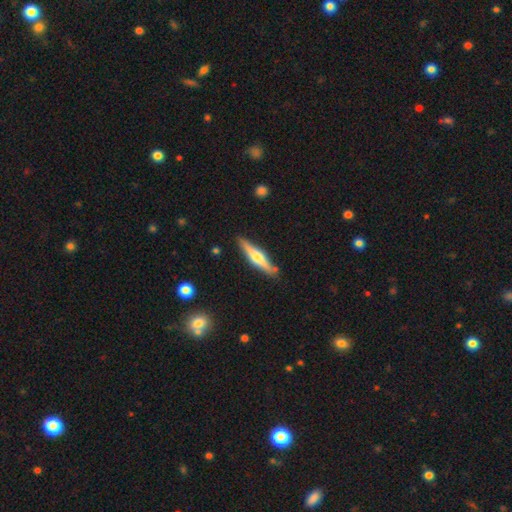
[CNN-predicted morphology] Smooth or featured?
  - featured or disk: 62% *
  - smooth: 33%
  - star or artifact: 5%
Edge-on disk?
  - yes: 97% *
  - no: 3%
Edge-on bulge?
  - rounded: 86% *
  - boxy: 9%
  - none: 5%
Merging?
  - none: 87% *
  - minor disturbance: 9%
  - merger: 2%
  - major disturbance: 2%